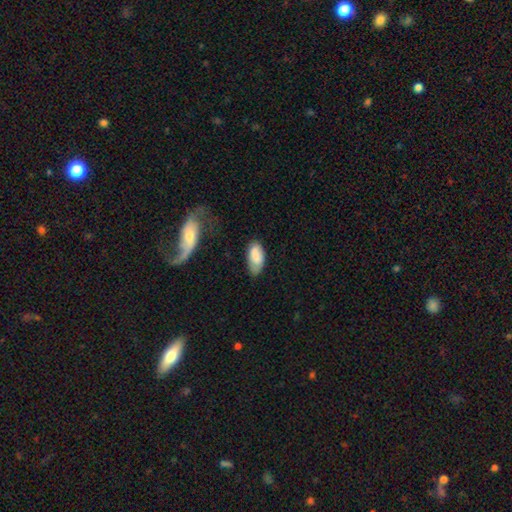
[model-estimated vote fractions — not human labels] Q: Smooth or featured?
A: smooth (80%); runner-up: featured or disk (14%)
Q: How rounded?
A: in between (93%); runner-up: cigar-shaped (4%)
Q: Merging?
A: none (63%); runner-up: minor disturbance (27%)